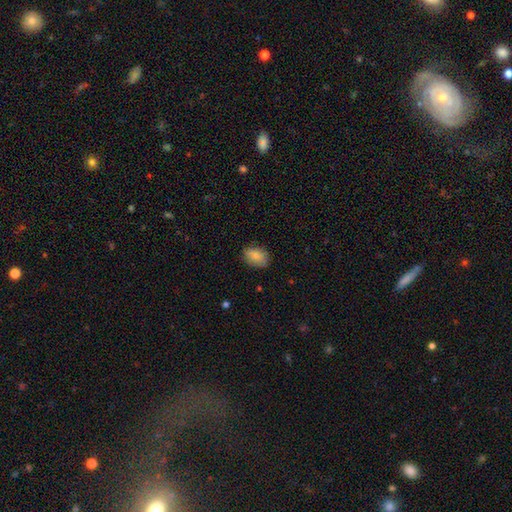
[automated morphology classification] The model was most divided on "how rounded": in between: 80%, round: 19%, cigar-shaped: 1%. More confident: smooth or featured — smooth (82%); merging — none (80%).